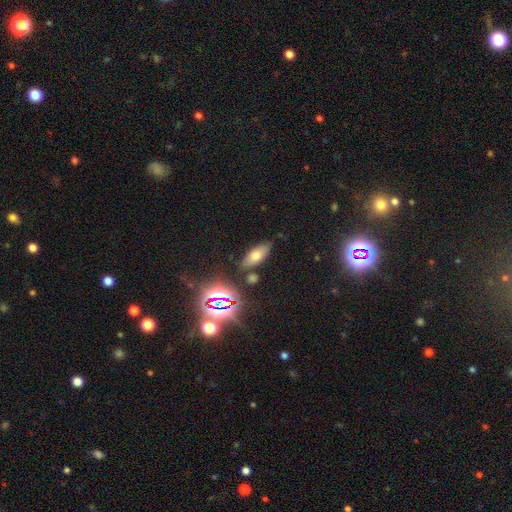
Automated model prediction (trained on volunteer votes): Smooth or featured?
  - smooth: 61% *
  - star or artifact: 21%
  - featured or disk: 18%
How rounded?
  - in between: 76% *
  - cigar-shaped: 18%
  - round: 6%
Merging?
  - none: 80% *
  - minor disturbance: 11%
  - merger: 5%
  - major disturbance: 3%